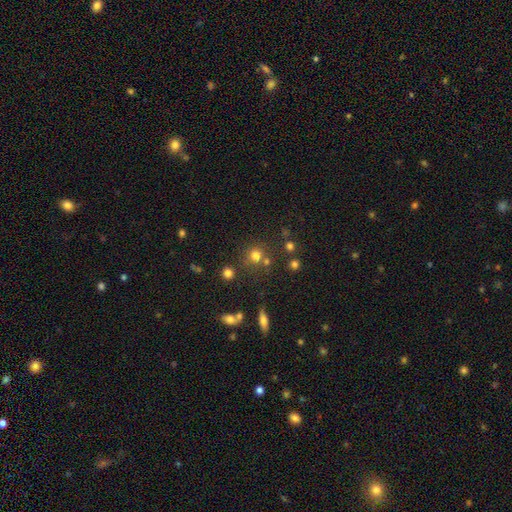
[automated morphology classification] A smooth galaxy with no disk features (73%) that is round (88%). Merging: none (67%).